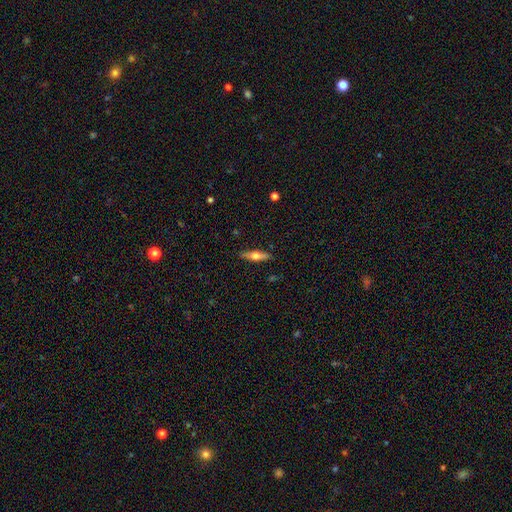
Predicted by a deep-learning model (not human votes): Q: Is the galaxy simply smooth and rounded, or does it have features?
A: featured or disk — 50%.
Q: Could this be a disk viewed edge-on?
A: yes — 91%.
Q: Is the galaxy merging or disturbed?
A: none — 88%.